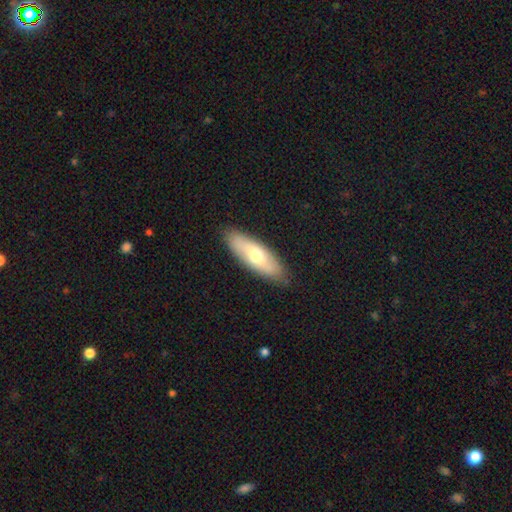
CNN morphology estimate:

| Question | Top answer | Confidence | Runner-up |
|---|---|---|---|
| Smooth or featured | smooth | 57% | featured or disk (37%) |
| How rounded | in between | 62% | cigar-shaped (35%) |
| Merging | none | 87% | minor disturbance (10%) |